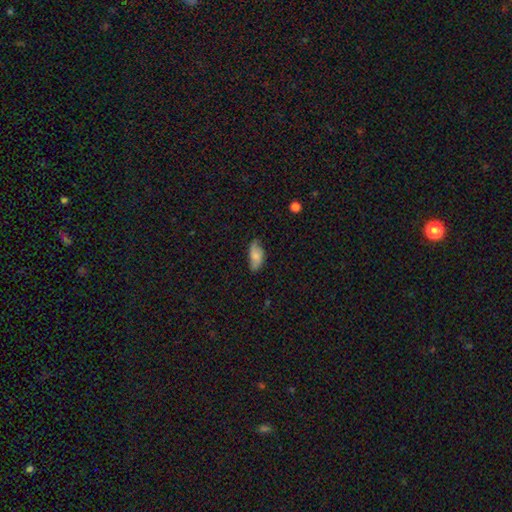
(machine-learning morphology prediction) The model was most divided on "smooth or featured": smooth: 60%, featured or disk: 32%, star or artifact: 7%. More confident: how rounded — in between (90%); merging — none (65%).